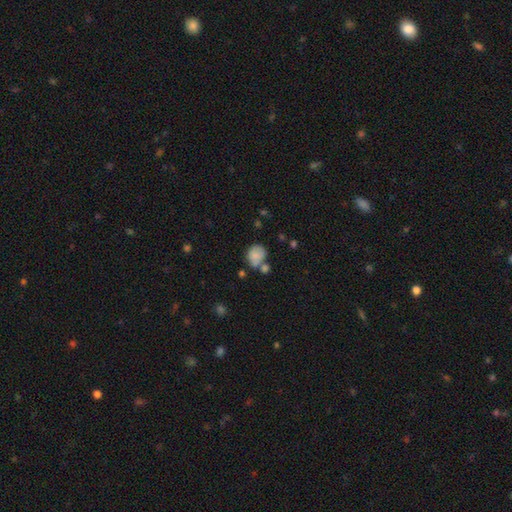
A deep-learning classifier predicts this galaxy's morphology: Smooth or featured? smooth (78%)
How rounded? round (60%)
Merging? none (42%)